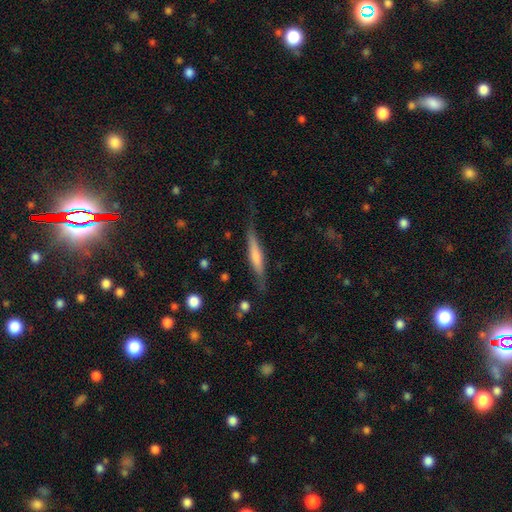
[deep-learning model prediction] This appears to be a featured or disk galaxy (48%). Merging: none (73%).